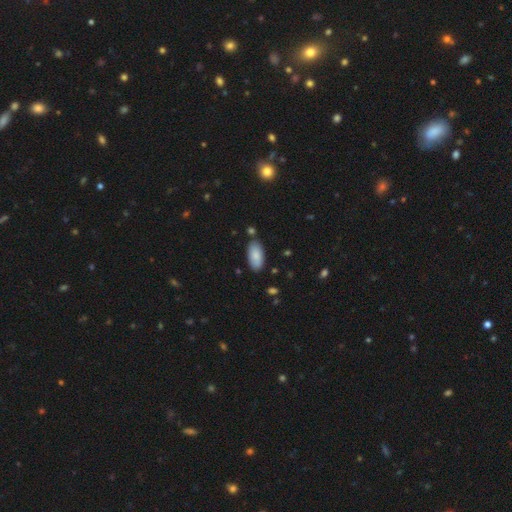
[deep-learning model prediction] This appears to be a smooth galaxy with no disk features (86%) that is in between round and cigar-shaped (92%). Merging: none (81%).